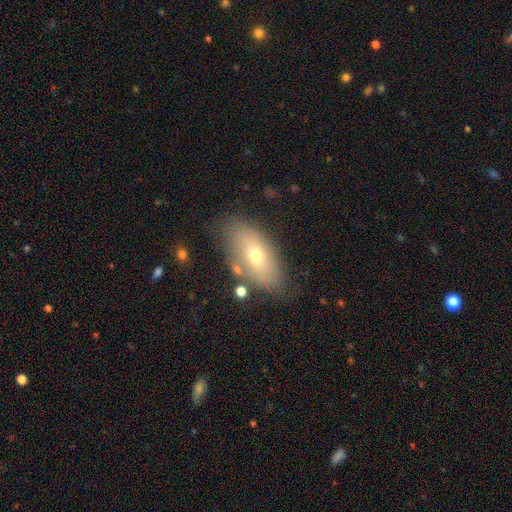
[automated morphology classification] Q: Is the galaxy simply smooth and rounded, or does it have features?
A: smooth — 61%.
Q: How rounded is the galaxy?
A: in between — 90%.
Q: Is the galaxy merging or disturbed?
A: none — 74%.